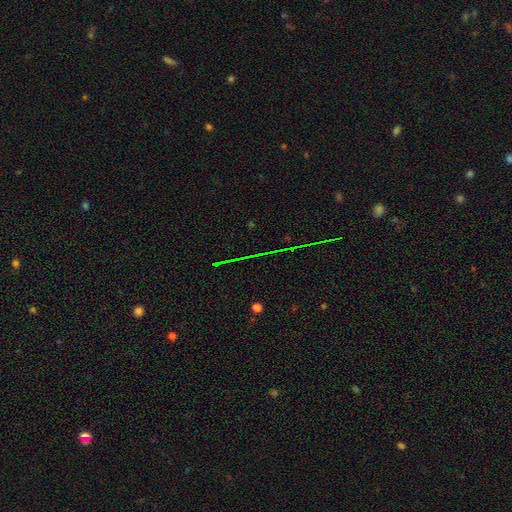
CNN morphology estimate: Smooth or featured?
  - star or artifact: 76% *
  - featured or disk: 12%
  - smooth: 12%